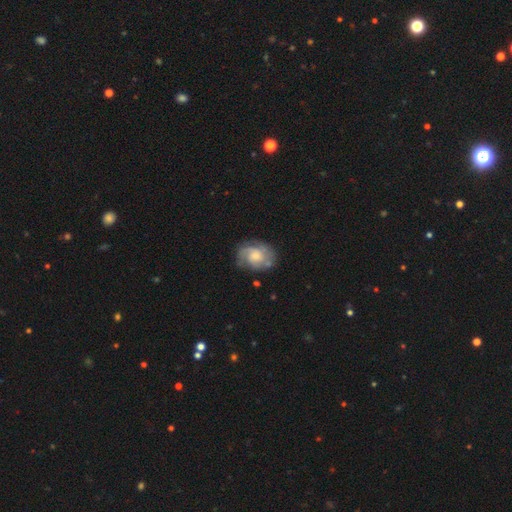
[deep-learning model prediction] Morphology: type=featured or disk (72%); edge-on=no (98%); bar=no (71%); spiral arms=yes (91%); winding=tight (45%); arm count=2 (37%); bulge=moderate (43%); merging=none (68%).